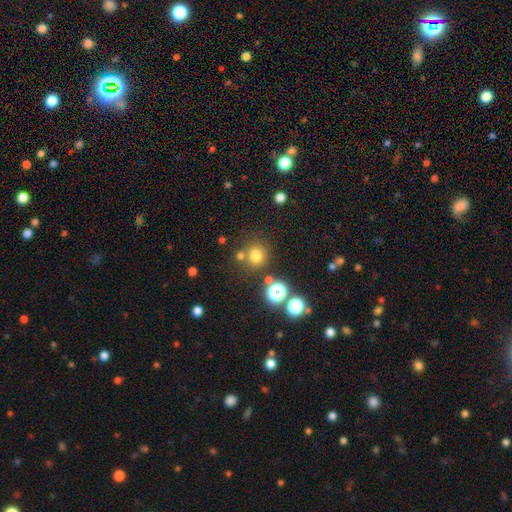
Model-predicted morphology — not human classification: type=smooth (72%); roundness=round (92%); merging=none (77%).